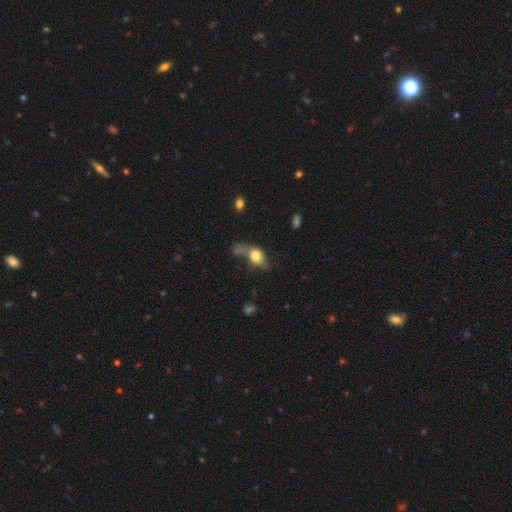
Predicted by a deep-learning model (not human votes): The model was most divided on "merging": none: 30%, major disturbance: 27%, minor disturbance: 24%, merger: 18%. More confident: how rounded — in between (69%); smooth or featured — smooth (67%).